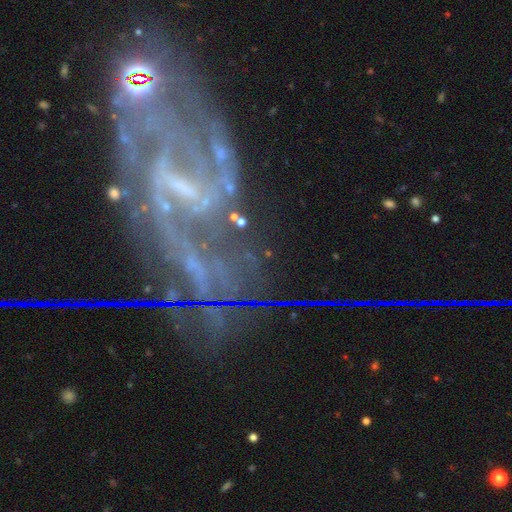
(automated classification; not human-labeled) smooth_or_featured: featured or disk (p=0.82) [alt: star or artifact p=0.12]
disk_edge_on: no (p=0.95) [alt: yes p=0.05]
bar: weak (p=0.43) [alt: strong p=0.36]
has_spiral_arms: yes (p=0.90) [alt: no p=0.10]
spiral_winding: medium (p=0.47) [alt: loose p=0.28]
spiral_arm_count: 2 (p=0.54) [alt: can't tell p=0.21]
bulge_size: small (p=0.51) [alt: none p=0.31]
merging: none (p=0.52) [alt: major disturbance p=0.21]